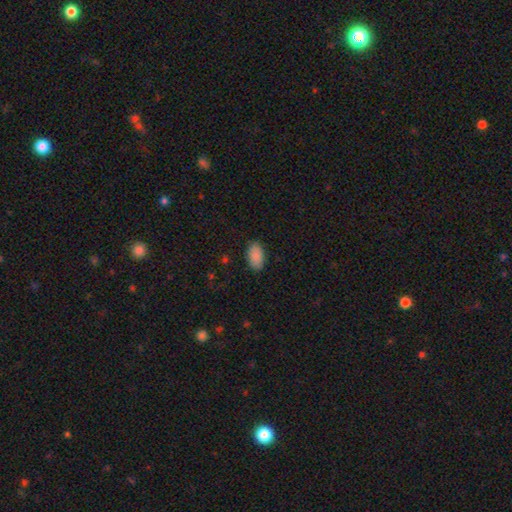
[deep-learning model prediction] smooth_or_featured: smooth (p=0.89) [alt: star or artifact p=0.07]
how_rounded: in between (p=0.94) [alt: round p=0.04]
merging: none (p=0.86) [alt: minor disturbance p=0.10]